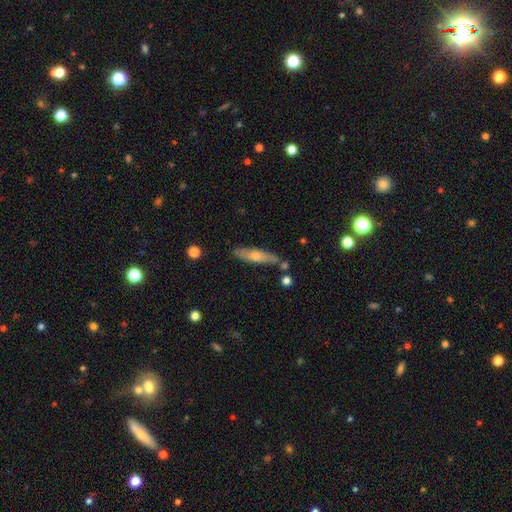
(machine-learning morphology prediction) Smooth or featured? Predicted: smooth (p=0.51). How rounded? Predicted: cigar-shaped (p=0.75). Merging? Predicted: none (p=0.80).